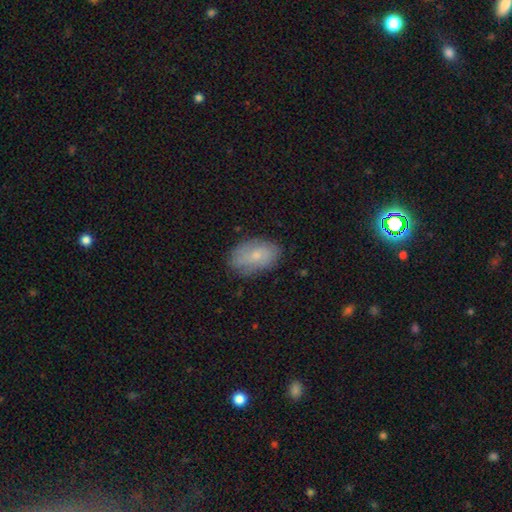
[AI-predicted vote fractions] A smooth galaxy with no disk features (62%) that is in between round and cigar-shaped (90%). Merging: none (76%).